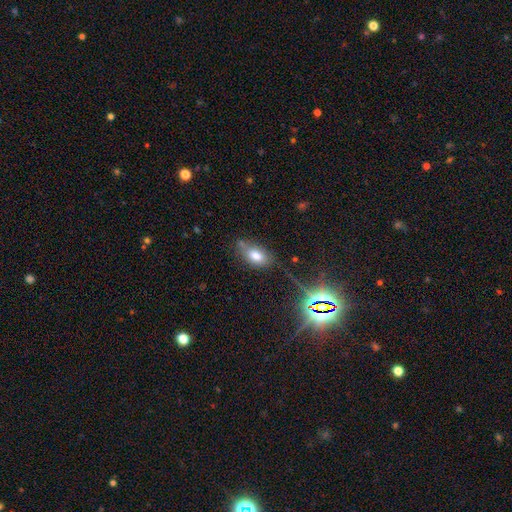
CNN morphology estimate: smooth 75%, featured or disk 13%, star or artifact 13%. Down the decision tree: how rounded — in between (88%); merging — none (57%).